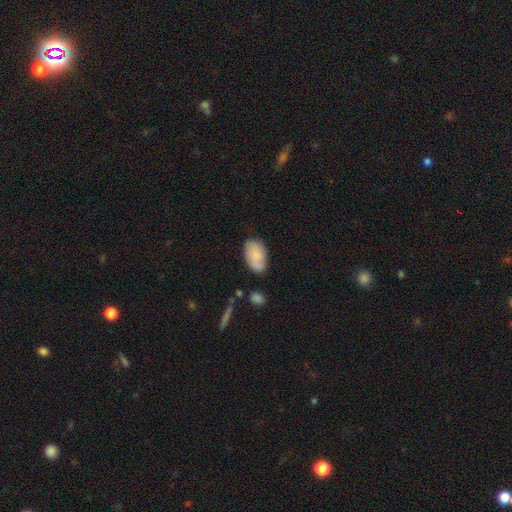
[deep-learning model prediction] This is possibly a smooth galaxy (57%). How rounded: clearly in between (90%). Merging: likely none (63%).